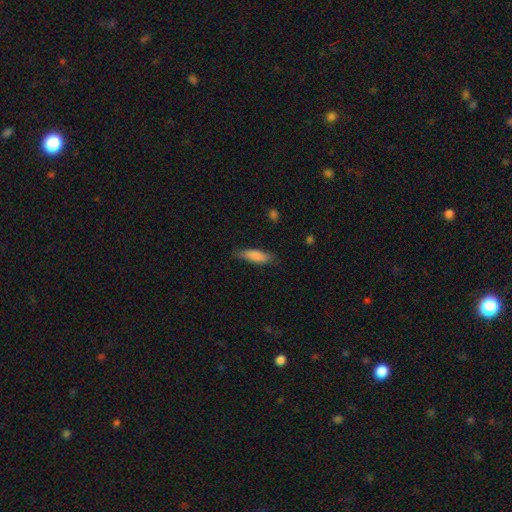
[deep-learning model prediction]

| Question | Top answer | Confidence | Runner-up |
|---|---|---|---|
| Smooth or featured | smooth | 85% | featured or disk (9%) |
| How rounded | cigar-shaped | 51% | in between (48%) |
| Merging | none | 75% | minor disturbance (20%) |